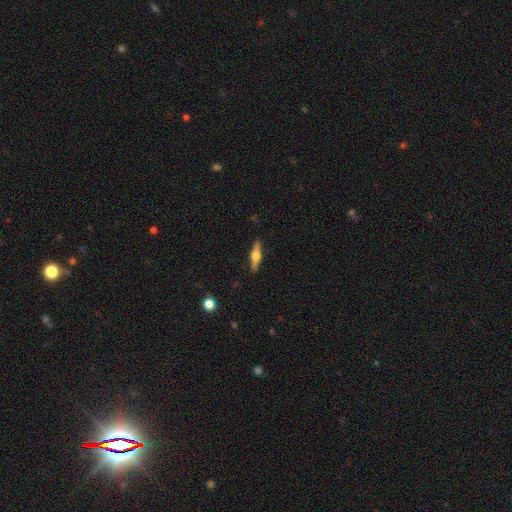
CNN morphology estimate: The model was most divided on "smooth or featured": featured or disk: 66%, smooth: 29%, star or artifact: 6%. More confident: edge-on disk — yes (97%); edge-on bulge — rounded (93%); merging — none (90%).